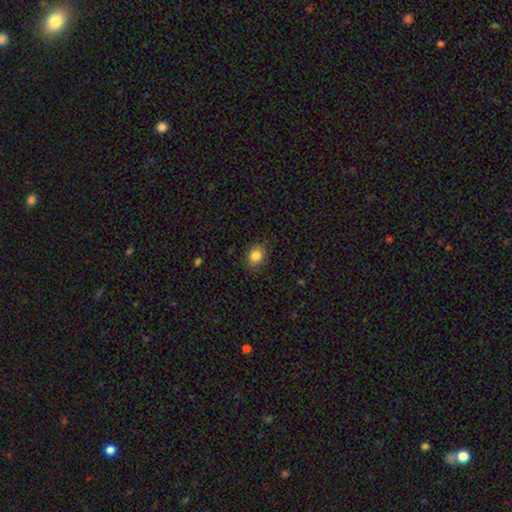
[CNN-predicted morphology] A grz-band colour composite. It shows a smooth galaxy with no disk features (83%) that is round (56%). Merging: none (85%).